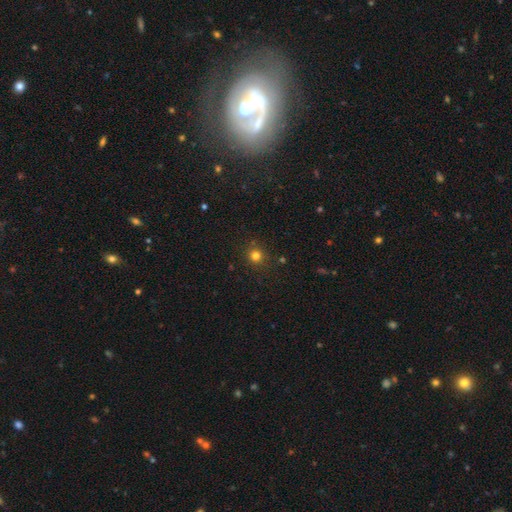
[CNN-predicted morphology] type=smooth (78%); roundness=round (92%); merging=none (87%).